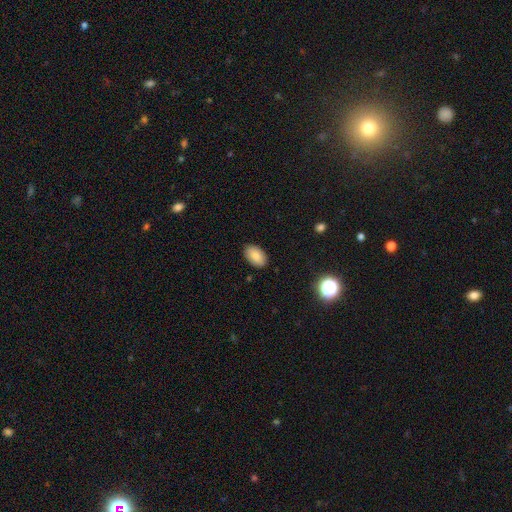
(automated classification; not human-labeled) smooth 81%, featured or disk 10%, star or artifact 9%. Down the decision tree: how rounded — in between (92%); merging — none (88%).